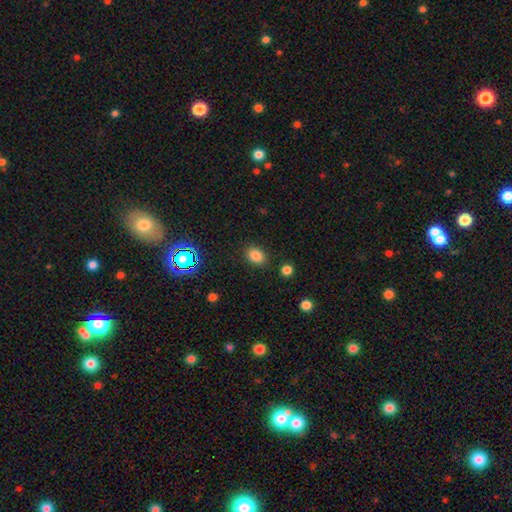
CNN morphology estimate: Smooth or featured?
  - smooth: 81% *
  - star or artifact: 13%
  - featured or disk: 6%
How rounded?
  - in between: 61% *
  - round: 38%
  - cigar-shaped: 1%
Merging?
  - none: 86% *
  - minor disturbance: 9%
  - major disturbance: 3%
  - merger: 2%